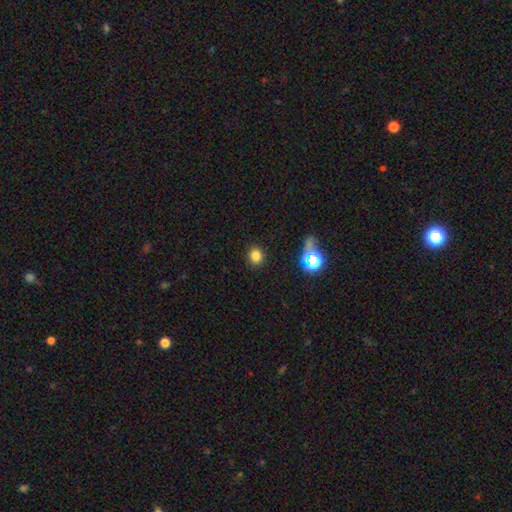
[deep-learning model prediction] Smooth or featured: smooth — 79% (star or artifact — 15%)
How rounded: round — 81% (in between — 18%)
Merging: none — 89% (minor disturbance — 7%)